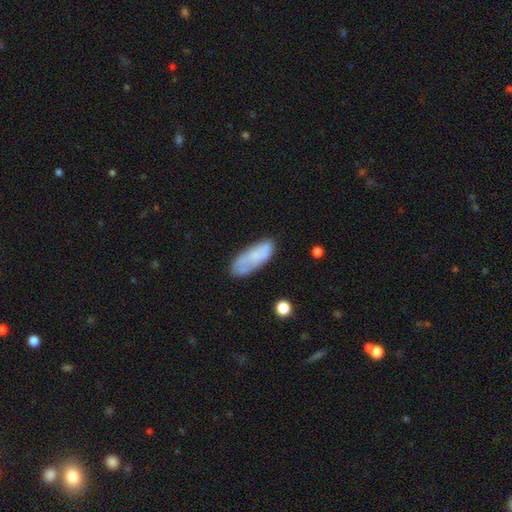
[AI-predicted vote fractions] Smooth or featured: smooth — 65% (featured or disk — 28%)
How rounded: in between — 69% (cigar-shaped — 29%)
Merging: none — 66% (minor disturbance — 23%)